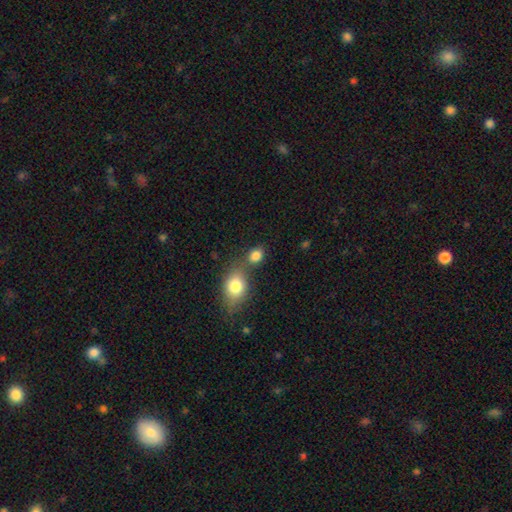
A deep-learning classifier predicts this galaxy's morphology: Smooth or featured: smooth — 84% (star or artifact — 10%)
How rounded: in between — 55% (round — 44%)
Merging: none — 56% (merger — 29%)